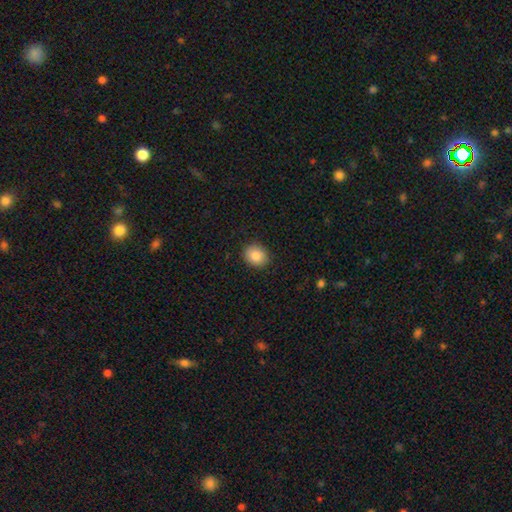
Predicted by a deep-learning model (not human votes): Smooth or featured?
  - smooth: 86% *
  - star or artifact: 8%
  - featured or disk: 6%
How rounded?
  - round: 65% *
  - in between: 34%
  - cigar-shaped: 1%
Merging?
  - none: 89% *
  - minor disturbance: 8%
  - major disturbance: 2%
  - merger: 1%